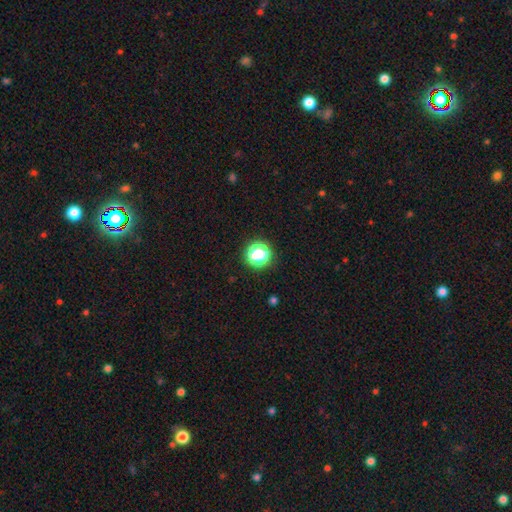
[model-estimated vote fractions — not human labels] Smooth or featured: smooth — 52% (star or artifact — 40%)
How rounded: round — 88% (in between — 10%)
Merging: none — 80% (minor disturbance — 10%)